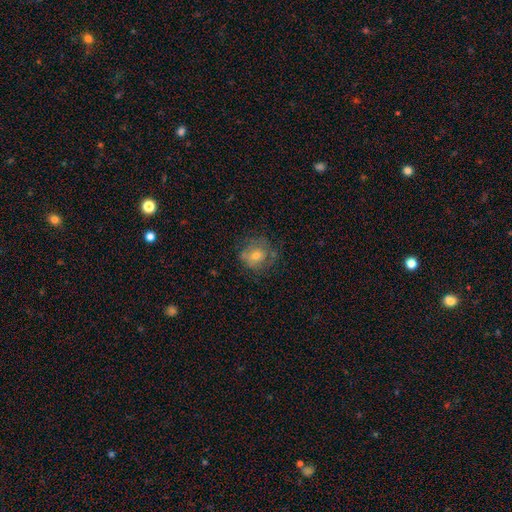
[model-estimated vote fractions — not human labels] This appears to be a smooth galaxy with no disk features (53%) that is round (81%). Merging: none (67%).